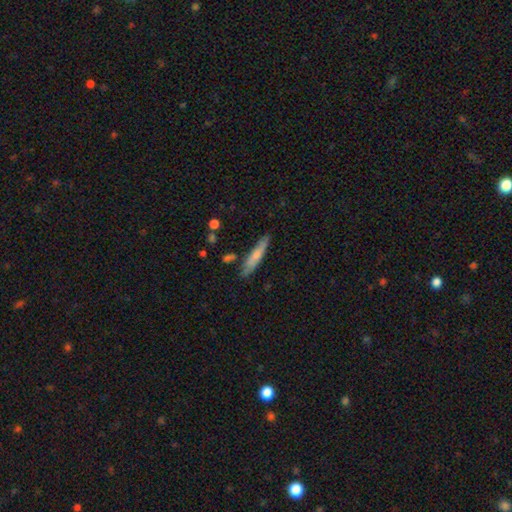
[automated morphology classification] smooth_or_featured: smooth (p=0.65) [alt: featured or disk p=0.29]
how_rounded: cigar-shaped (p=0.87) [alt: in between p=0.11]
merging: none (p=0.80) [alt: minor disturbance p=0.14]